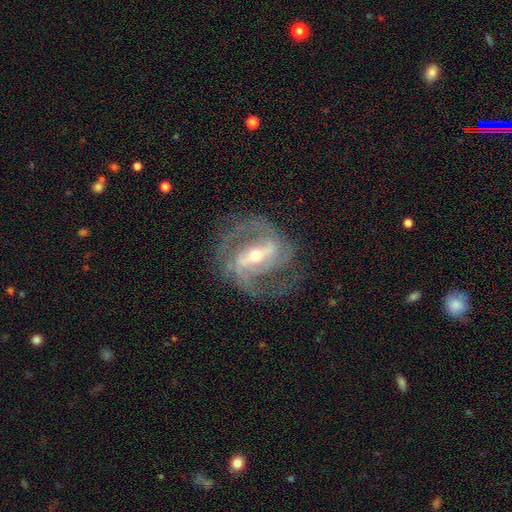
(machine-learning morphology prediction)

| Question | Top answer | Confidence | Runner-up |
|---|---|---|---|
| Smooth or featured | featured or disk | 90% | star or artifact (5%) |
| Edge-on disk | no | 96% | yes (4%) |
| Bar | strong | 63% | weak (27%) |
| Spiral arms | yes | 96% | no (4%) |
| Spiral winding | medium | 55% | tight (27%) |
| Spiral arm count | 2 | 76% | 3 (11%) |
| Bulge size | small | 49% | moderate (47%) |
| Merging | none | 71% | minor disturbance (16%) |